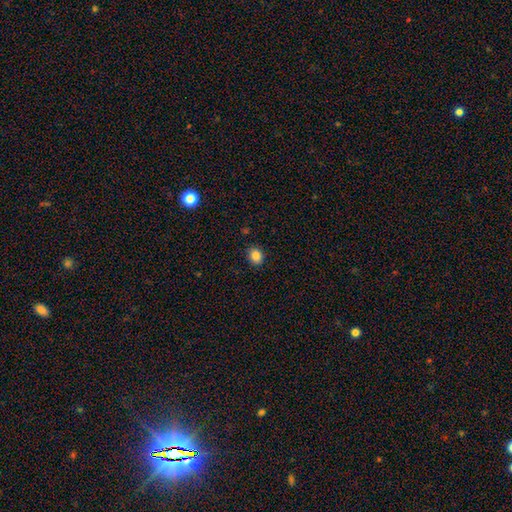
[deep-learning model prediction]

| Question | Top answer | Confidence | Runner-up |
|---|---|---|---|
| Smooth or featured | smooth | 86% | star or artifact (10%) |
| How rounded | round | 58% | in between (41%) |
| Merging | none | 88% | minor disturbance (9%) |